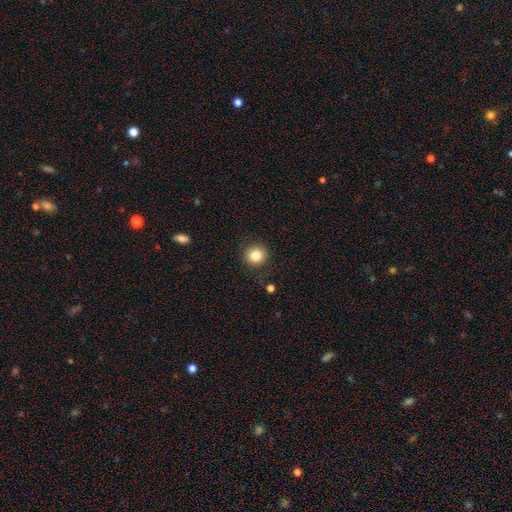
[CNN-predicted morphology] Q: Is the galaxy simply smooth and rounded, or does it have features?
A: smooth — 84%.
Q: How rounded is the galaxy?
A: round — 93%.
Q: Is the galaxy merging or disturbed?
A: none — 89%.